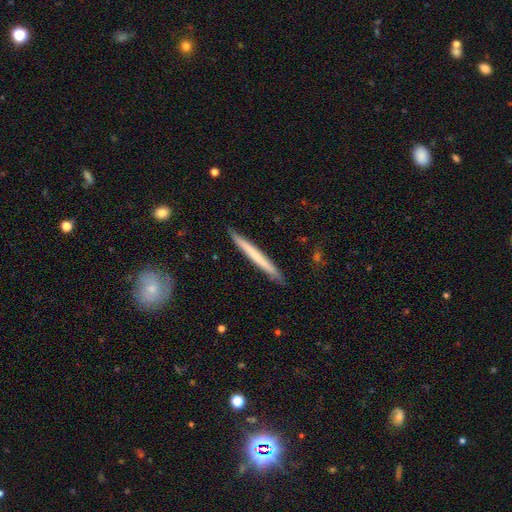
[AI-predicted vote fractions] A smooth galaxy with no disk features (54%) that is cigar-shaped (97%). Merging: none (90%).